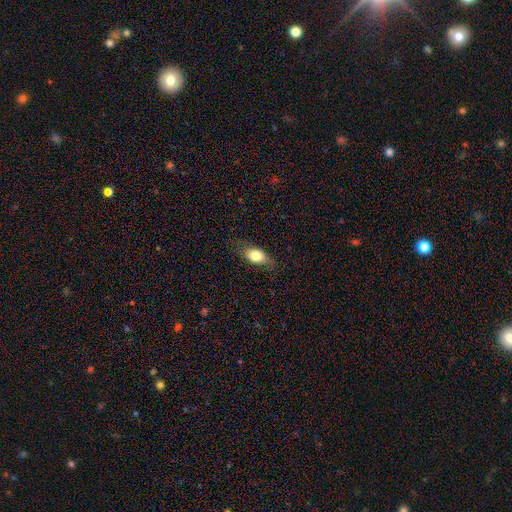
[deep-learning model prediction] smooth-or-featured: smooth: 77% | featured or disk: 16% | star or artifact: 7%
  how-rounded: in between: 84% | round: 10% | cigar-shaped: 6%
  merging: none: 73% | minor disturbance: 20% | major disturbance: 6% | merger: 1%